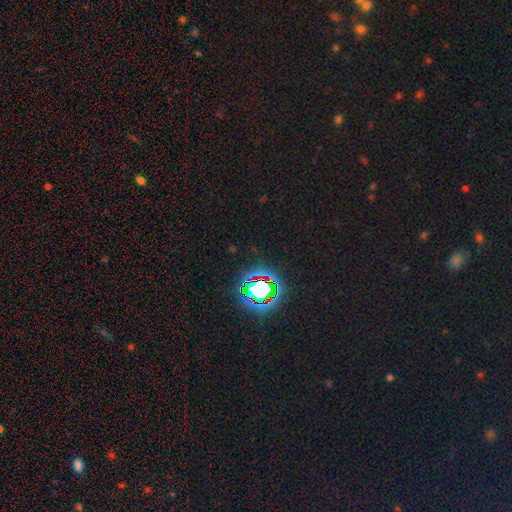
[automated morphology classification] The model was most divided on "smooth or featured": star or artifact: 81%, smooth: 12%, featured or disk: 7%.